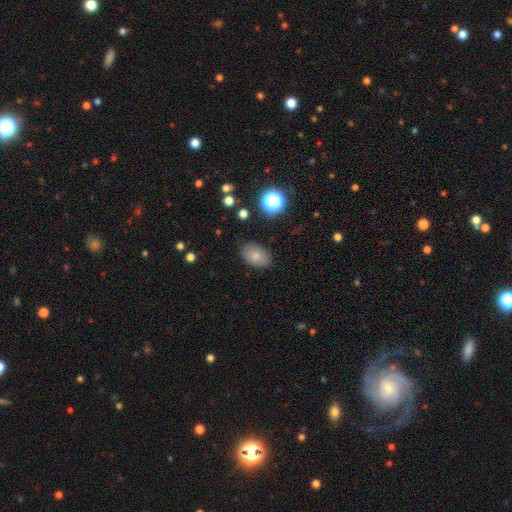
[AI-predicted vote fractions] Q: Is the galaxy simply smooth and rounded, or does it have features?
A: smooth — 80%.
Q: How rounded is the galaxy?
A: in between — 87%.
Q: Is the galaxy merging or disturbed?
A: none — 85%.